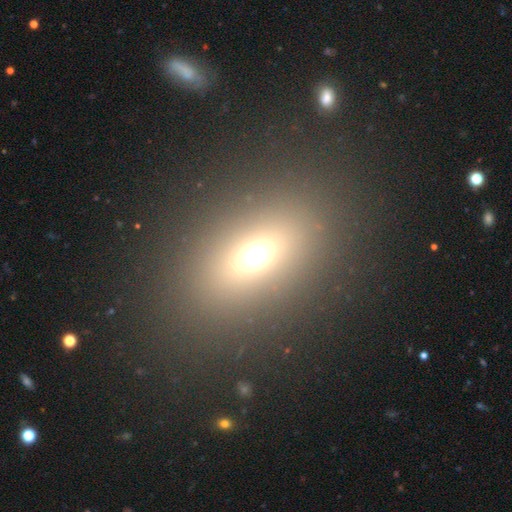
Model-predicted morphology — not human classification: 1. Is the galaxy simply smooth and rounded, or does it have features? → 63% smooth, 20% star or artifact, 18% featured or disk.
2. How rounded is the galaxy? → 71% in between, 23% round, 6% cigar-shaped.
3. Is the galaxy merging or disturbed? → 85% none, 8% minor disturbance, 5% major disturbance, 2% merger.